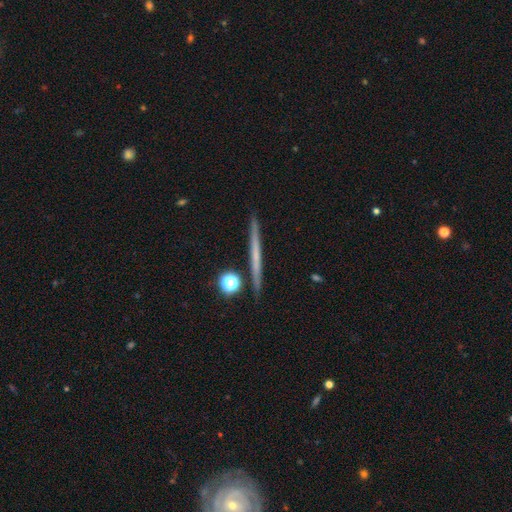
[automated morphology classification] Smooth or featured: featured or disk — 52% (smooth — 41%)
Edge-on disk: yes — 97% (no — 3%)
Edge-on bulge: none — 88% (rounded — 8%)
Merging: none — 89% (minor disturbance — 7%)